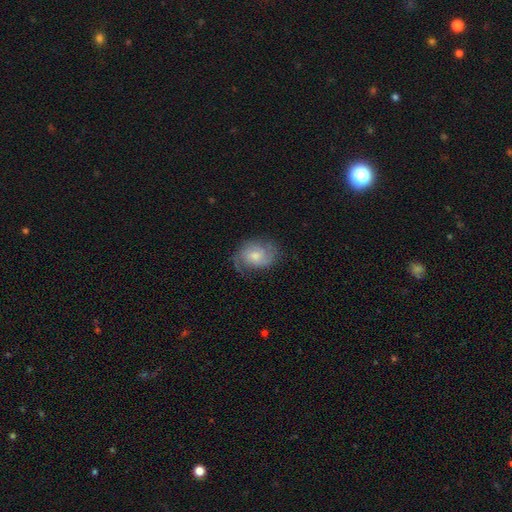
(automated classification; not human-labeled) Morphology: type=featured or disk (55%); edge-on=no (97%); bar=no (62%); spiral arms=yes (87%); bulge=moderate (48%); merging=none (60%).